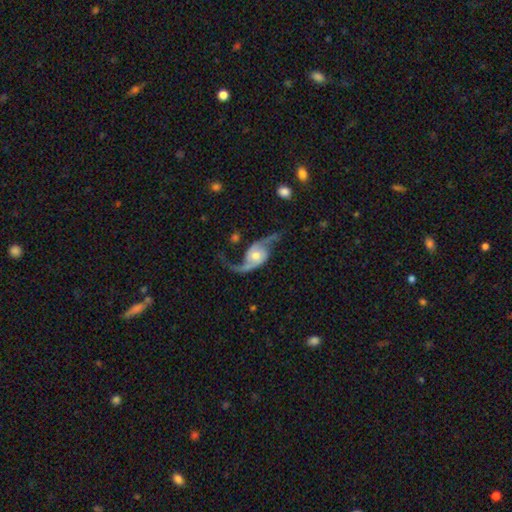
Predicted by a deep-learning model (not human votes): This appears to be a featured or disk galaxy (90%) with no bar (63%), 2 (93%) loose (77%) spiral arms (97%) and a moderate central bulge (59%). Merging: none (68%).